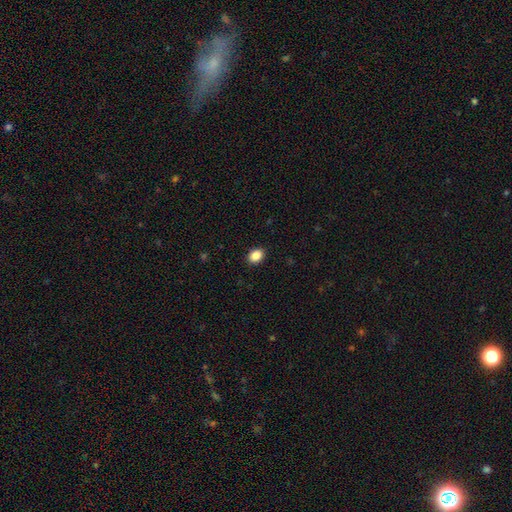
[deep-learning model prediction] A smooth galaxy with no disk features (87%) that is in between round and cigar-shaped (61%).

Vote fractions:
- Smooth or featured? smooth: 87% / star or artifact: 9% / featured or disk: 4%
- How rounded? in between: 61% / round: 39% / cigar-shaped: 1%
- Merging? none: 91% / minor disturbance: 6% / major disturbance: 2% / merger: 1%